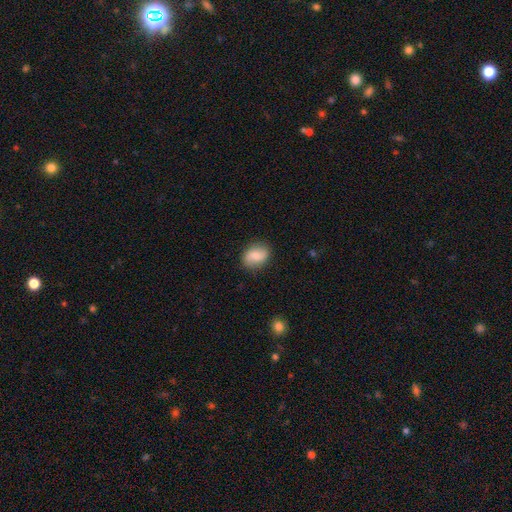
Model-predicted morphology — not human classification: Q: Smooth or featured?
A: smooth (62%); runner-up: featured or disk (30%)
Q: How rounded?
A: in between (67%); runner-up: round (32%)
Q: Merging?
A: none (84%); runner-up: minor disturbance (13%)